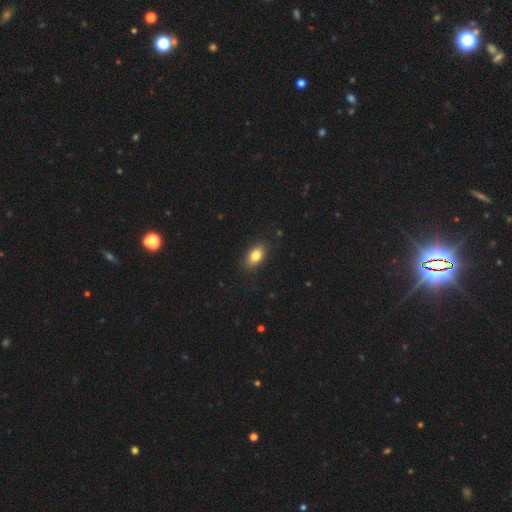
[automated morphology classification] Smooth or featured? smooth (83%)
How rounded? in between (88%)
Merging? none (87%)